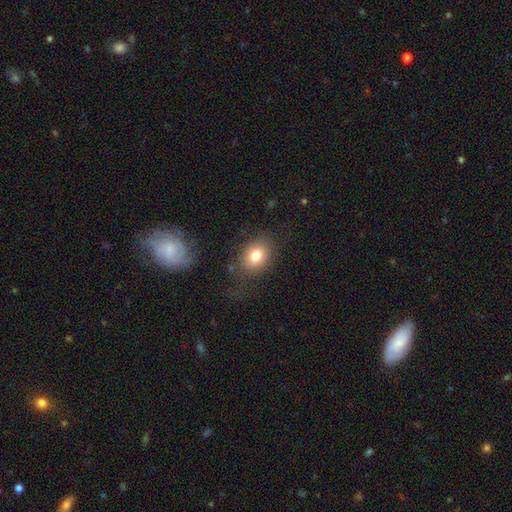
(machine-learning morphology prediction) smooth-or-featured: smooth: 79% | featured or disk: 11% | star or artifact: 10%
  how-rounded: in between: 57% | round: 42% | cigar-shaped: 1%
  merging: none: 74% | minor disturbance: 16% | major disturbance: 8% | merger: 2%